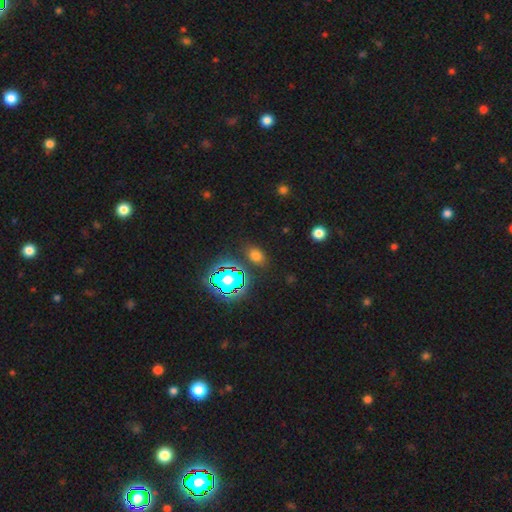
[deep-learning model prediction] Smooth or featured?
  - smooth: 63% *
  - star or artifact: 29%
  - featured or disk: 8%
How rounded?
  - in between: 72% *
  - round: 25%
  - cigar-shaped: 2%
Merging?
  - none: 83% *
  - minor disturbance: 10%
  - major disturbance: 4%
  - merger: 3%